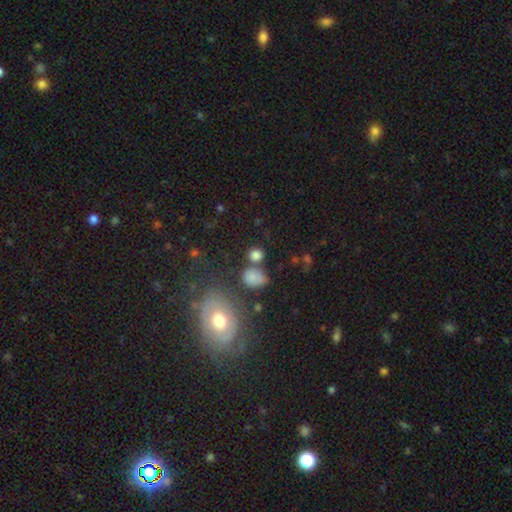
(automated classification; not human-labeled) Smooth or featured? smooth (79%)
How rounded? round (77%)
Merging? none (64%)